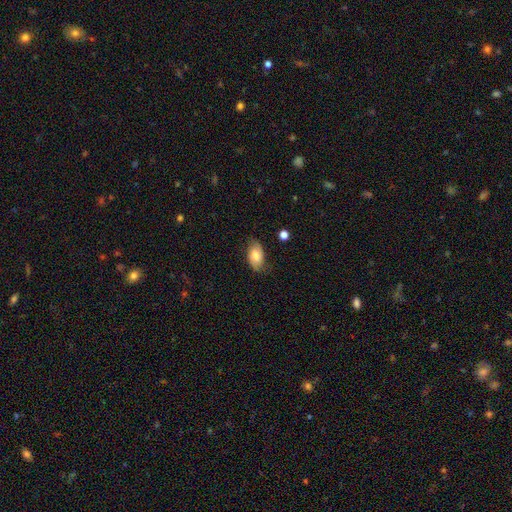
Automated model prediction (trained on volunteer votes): Q: Smooth or featured?
A: smooth (74%); runner-up: featured or disk (19%)
Q: How rounded?
A: in between (93%); runner-up: round (6%)
Q: Merging?
A: none (70%); runner-up: minor disturbance (23%)